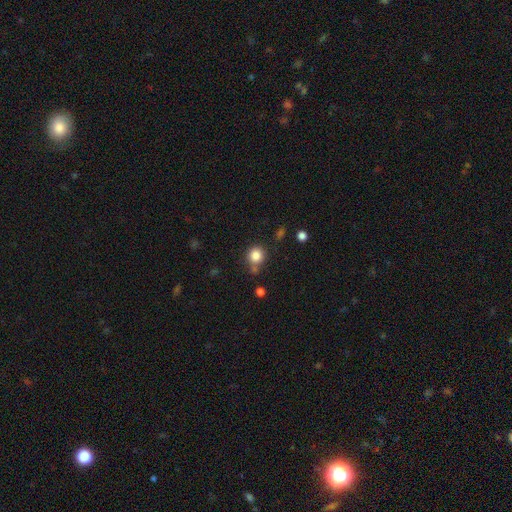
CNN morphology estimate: A smooth galaxy with no disk features (84%) that is round (88%). Merging: none (70%).